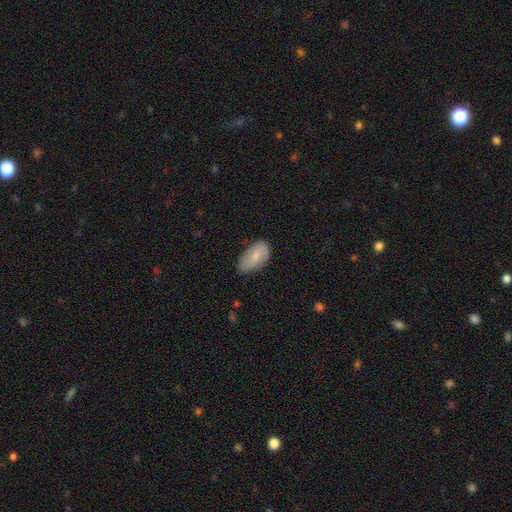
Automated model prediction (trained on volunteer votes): This is likely a smooth galaxy (66%). How rounded: clearly in between (94%). Merging: likely none (63%).